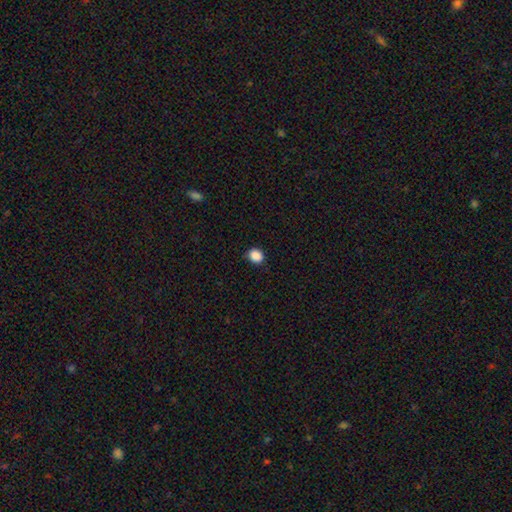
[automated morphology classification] Smooth or featured? smooth (88%)
How rounded? round (71%)
Merging? none (85%)